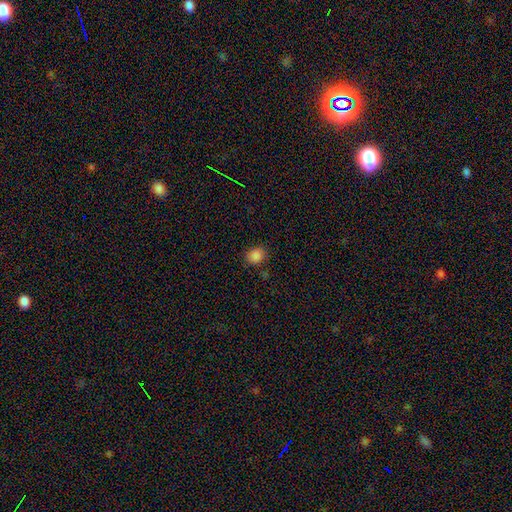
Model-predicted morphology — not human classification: The model was most divided on "how rounded": round: 56%, in between: 43%, cigar-shaped: 1%. More confident: smooth or featured — smooth (86%); merging — none (83%).